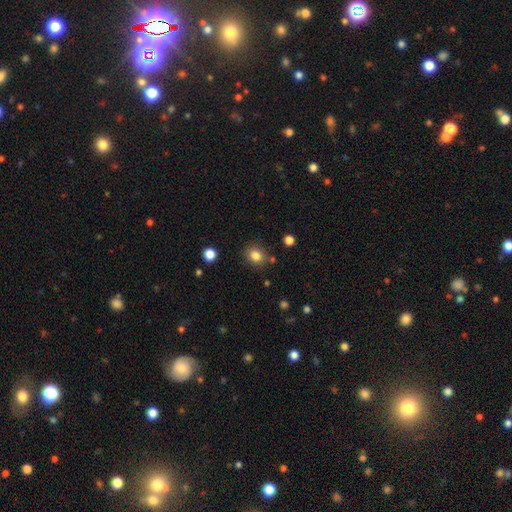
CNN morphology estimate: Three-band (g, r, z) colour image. It shows a smooth galaxy with no disk features (83%) that is round (67%). Merging: none (82%).